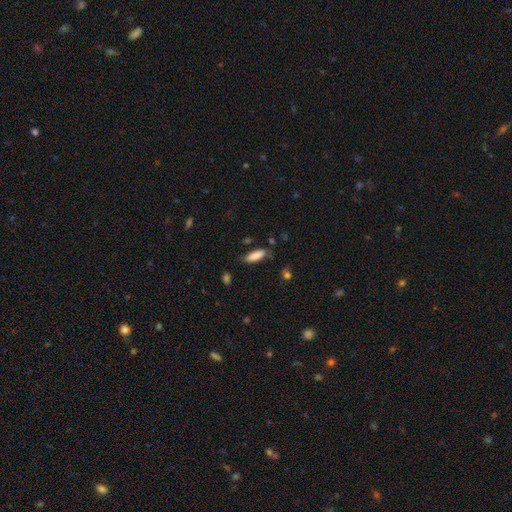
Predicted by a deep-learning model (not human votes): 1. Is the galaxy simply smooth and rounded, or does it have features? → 86% smooth, 7% featured or disk, 7% star or artifact.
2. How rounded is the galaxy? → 55% in between, 44% cigar-shaped, 2% round.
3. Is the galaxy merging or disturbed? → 77% none, 18% minor disturbance, 4% major disturbance, 2% merger.